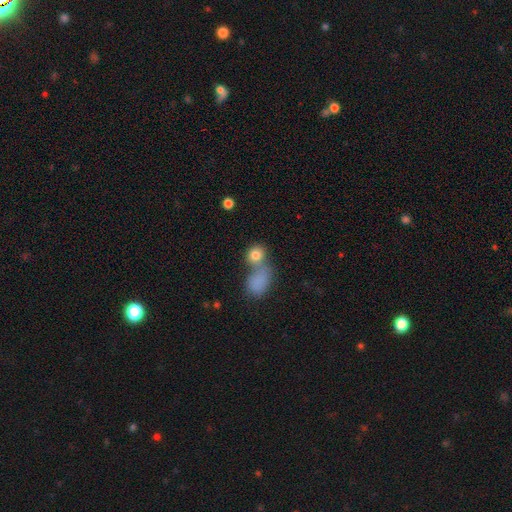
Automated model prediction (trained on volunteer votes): This appears to be a smooth galaxy with no disk features (81%) that is round (68%). Merging: merger (49%).